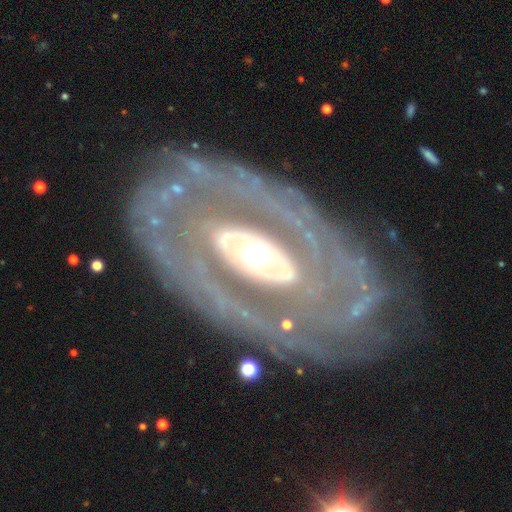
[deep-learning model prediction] A featured or disk galaxy (86%) with no bar (62%), 2 (43%) tight (60%) spiral arms (67%) and a moderate central bulge (63%).

Vote fractions:
- Smooth or featured? featured or disk: 86% / smooth: 10% / star or artifact: 5%
- Edge-on disk? no: 93% / yes: 7%
- Bar? no: 62% / weak: 22% / strong: 16%
- Spiral arms? yes: 67% / no: 33%
- Spiral winding? tight: 60% / medium: 26% / loose: 13%
- Spiral arm count? 2: 43% / can't tell: 32% / 3: 9% / 1: 7% / 4: 5% / more than 4: 5%
- Bulge size? moderate: 63% / large: 22% / small: 11% / dominant: 2% / none: 1%
- Merging? none: 73% / minor disturbance: 15% / major disturbance: 10% / merger: 2%